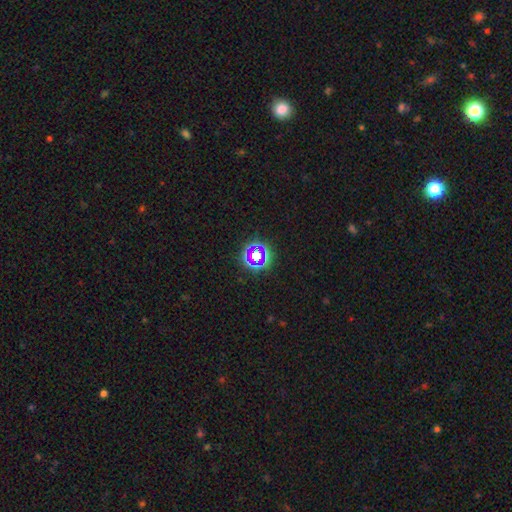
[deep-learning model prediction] The model was most divided on "smooth or featured": star or artifact: 60%, smooth: 26%, featured or disk: 14%.